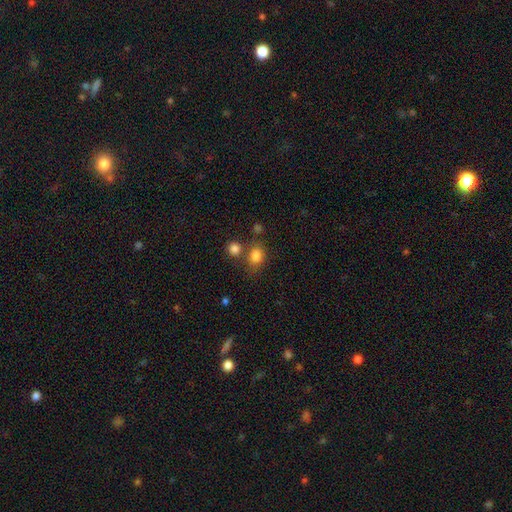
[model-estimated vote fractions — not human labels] This is clearly a smooth galaxy (82%). How rounded: possibly in between (50%). Merging: likely none (60%).